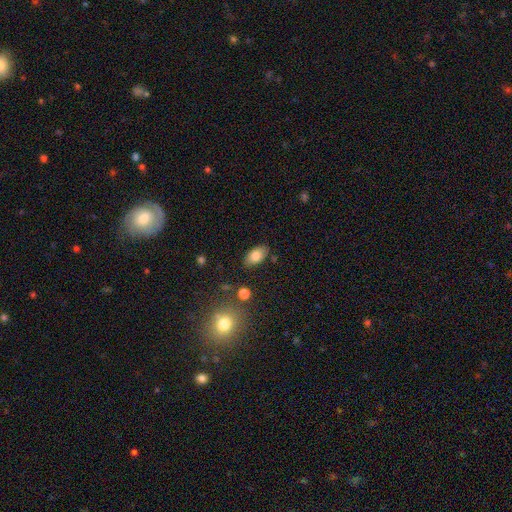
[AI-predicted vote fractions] This is clearly a smooth galaxy (81%). How rounded: clearly in between (91%). Merging: clearly none (82%).